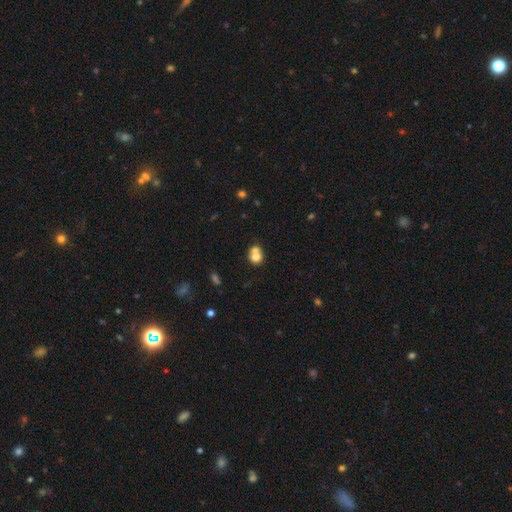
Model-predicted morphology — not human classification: The model was most divided on "merging": merger: 60%, none: 30%, minor disturbance: 7%, major disturbance: 3%. More confident: smooth or featured — smooth (72%); how rounded — round (71%).